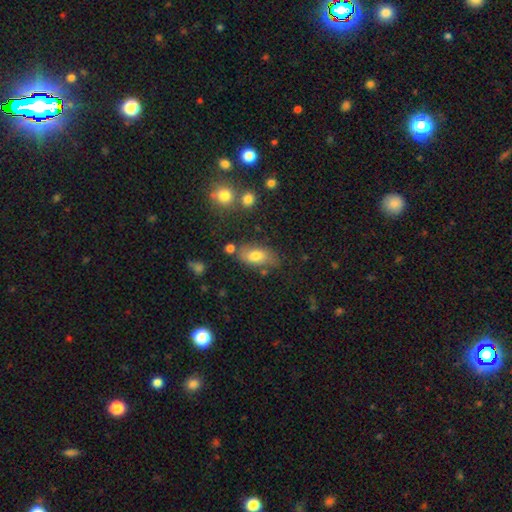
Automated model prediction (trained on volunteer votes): The model was most divided on "merging": none: 69%, minor disturbance: 18%, merger: 8%, major disturbance: 5%. More confident: how rounded — in between (88%); smooth or featured — smooth (74%).